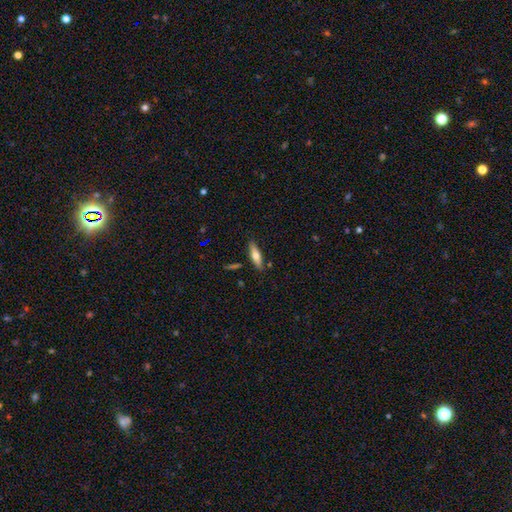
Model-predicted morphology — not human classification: This is possibly a smooth galaxy (58%). How rounded: possibly cigar-shaped (56%). Merging: clearly none (84%).